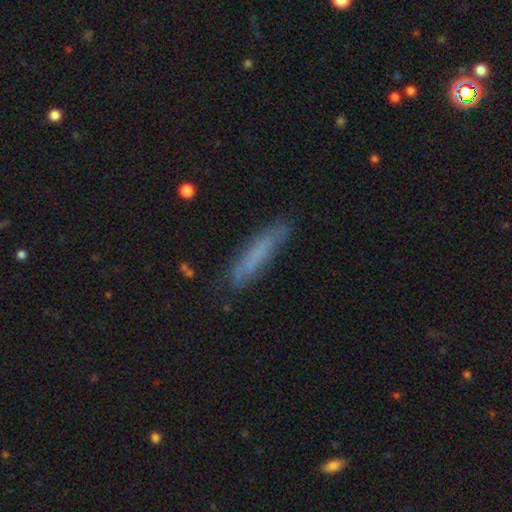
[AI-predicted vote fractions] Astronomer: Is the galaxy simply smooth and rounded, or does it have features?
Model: smooth — 65%.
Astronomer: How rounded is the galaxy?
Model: cigar-shaped — 89%.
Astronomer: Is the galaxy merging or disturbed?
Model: none — 79%.